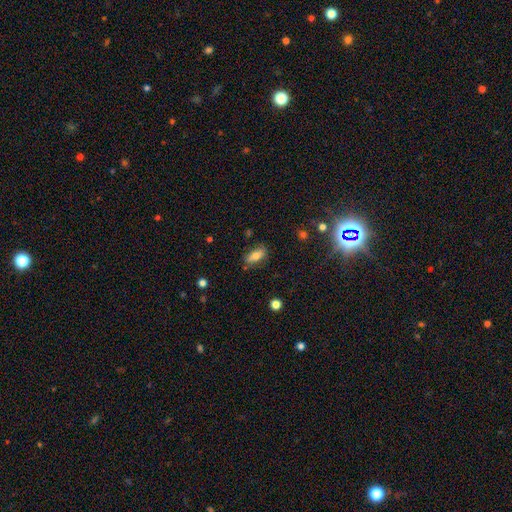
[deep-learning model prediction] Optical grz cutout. It shows a smooth galaxy with no disk features (73%) that is in between round and cigar-shaped (82%). Merging: none (76%).